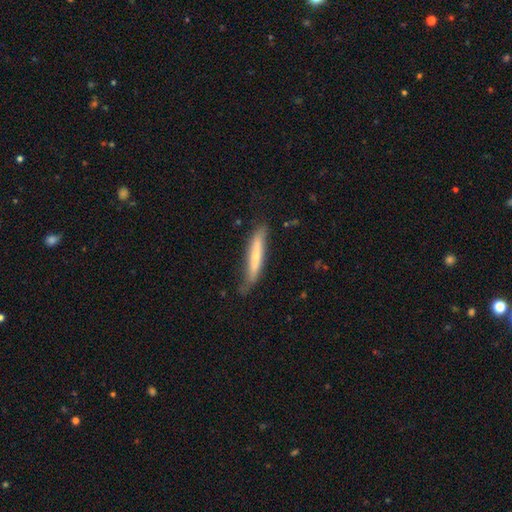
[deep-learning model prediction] Smooth or featured: smooth — 53% (featured or disk — 41%)
How rounded: cigar-shaped — 91% (in between — 7%)
Merging: none — 68% (minor disturbance — 25%)